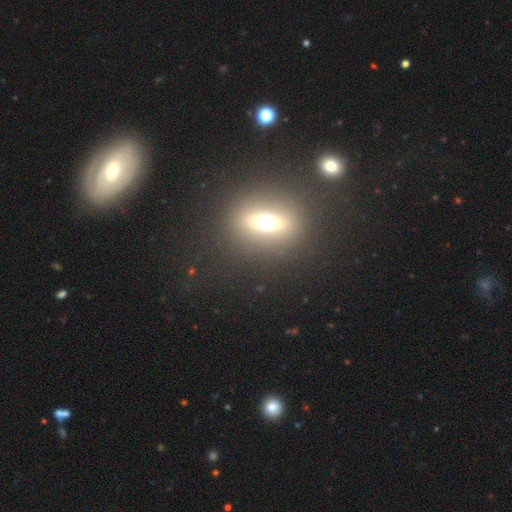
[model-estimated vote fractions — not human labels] Smooth or featured? featured or disk (45%)
Merging? none (78%)